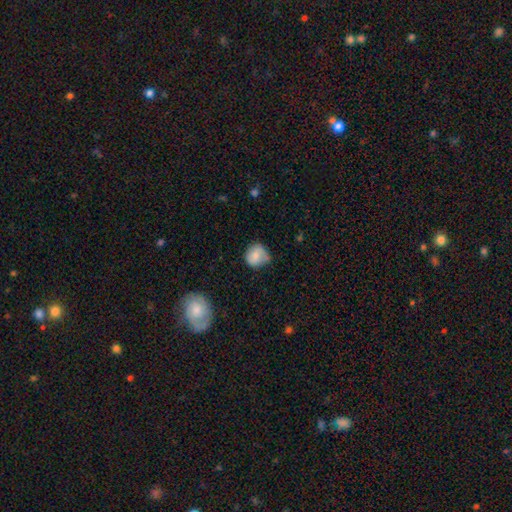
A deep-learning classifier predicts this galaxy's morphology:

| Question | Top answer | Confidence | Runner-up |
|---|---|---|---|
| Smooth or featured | smooth | 72% | featured or disk (20%) |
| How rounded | round | 78% | in between (21%) |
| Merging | none | 51% | minor disturbance (36%) |